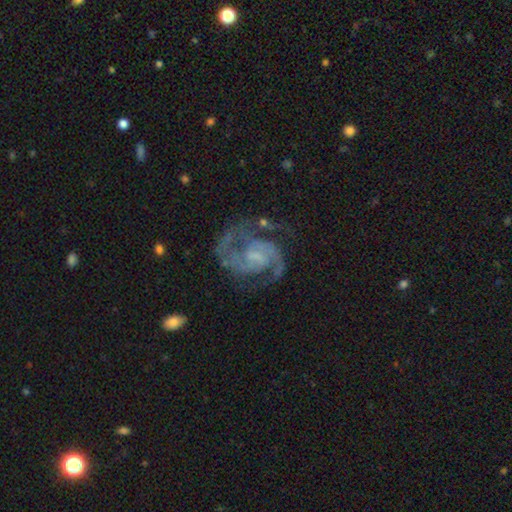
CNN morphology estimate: smooth-or-featured: featured or disk: 90% | star or artifact: 6% | smooth: 4%
  disk-edge-on: no: 98% | yes: 2%
    bar: weak: 46% | no: 41% | strong: 13%
    has-spiral-arms: yes: 98% | no: 2%
      spiral-winding: medium: 57% | tight: 31% | loose: 12%
      spiral-arm-count: 2: 87% | 3: 4% | can't tell: 4% | 1: 2% | 4: 2% | more than 4: 2%
    bulge-size: small: 43% | none: 35% | moderate: 18% | large: 3% | dominant: 1%
  merging: none: 69% | minor disturbance: 17% | major disturbance: 11% | merger: 2%